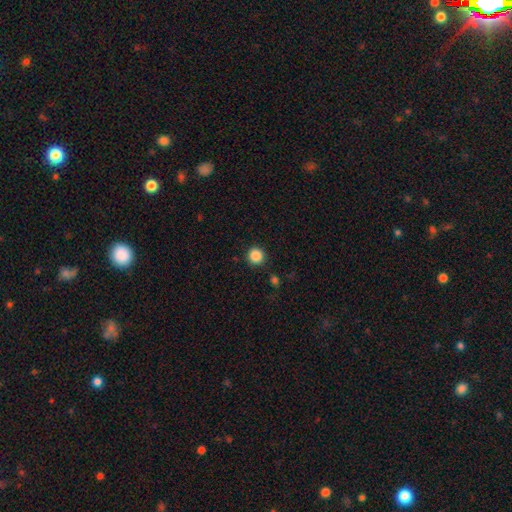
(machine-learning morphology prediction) smooth_or_featured: smooth (p=0.87) [alt: star or artifact p=0.10]
how_rounded: round (p=0.95) [alt: in between p=0.04]
merging: none (p=0.90) [alt: minor disturbance p=0.06]